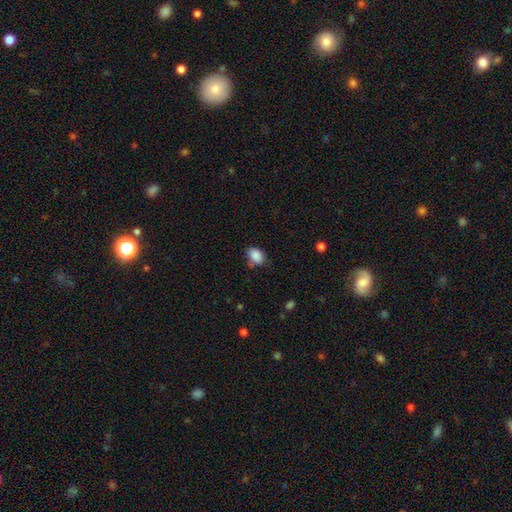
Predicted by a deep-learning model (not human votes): This appears to be a smooth galaxy with no disk features (87%) that is in between round and cigar-shaped (76%). Merging: none (62%).